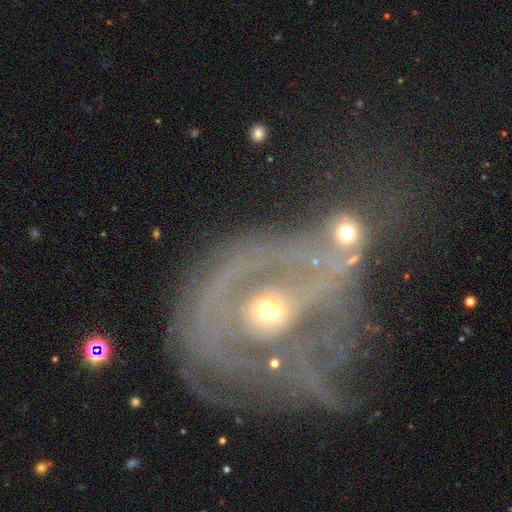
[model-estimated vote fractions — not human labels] smooth-or-featured: featured or disk: 73% | smooth: 15% | star or artifact: 13%
  disk-edge-on: no: 96% | yes: 4%
    bar: no: 74% | weak: 18% | strong: 9%
    has-spiral-arms: yes: 62% | no: 38%
    bulge-size: moderate: 54% | small: 36% | large: 5% | none: 3% | dominant: 2%
  merging: major disturbance: 32% | none: 29% | merger: 22% | minor disturbance: 16%